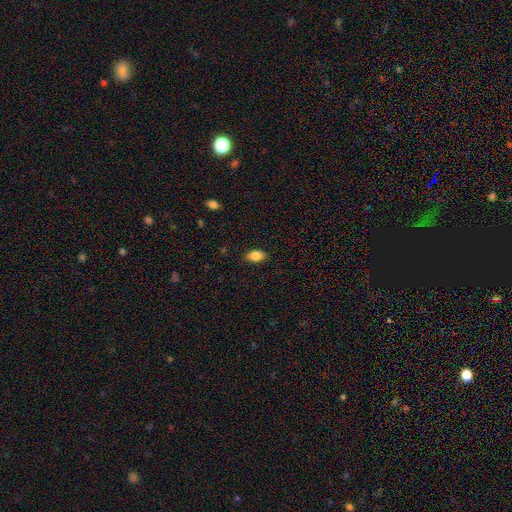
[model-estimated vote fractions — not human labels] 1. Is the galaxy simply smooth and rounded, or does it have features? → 85% smooth, 8% star or artifact, 7% featured or disk.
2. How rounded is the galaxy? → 90% in between, 7% round, 3% cigar-shaped.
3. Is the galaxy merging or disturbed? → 87% none, 10% minor disturbance, 2% major disturbance, 1% merger.